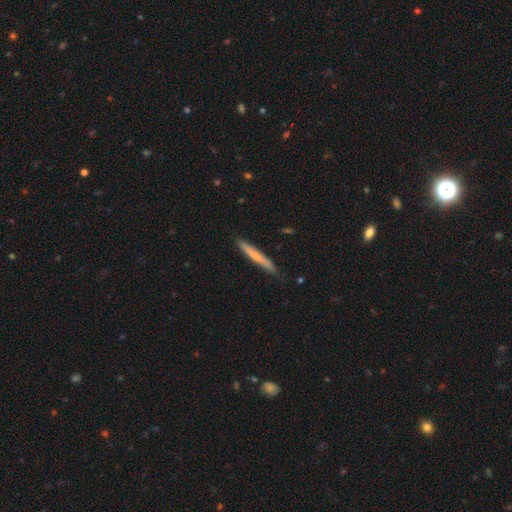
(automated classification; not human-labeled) A smooth galaxy with no disk features (60%) that is cigar-shaped (96%).

Vote fractions:
- Smooth or featured? smooth: 60% / featured or disk: 35% / star or artifact: 6%
- How rounded? cigar-shaped: 96% / in between: 3% / round: 1%
- Merging? none: 88% / minor disturbance: 10% / major disturbance: 1% / merger: 1%